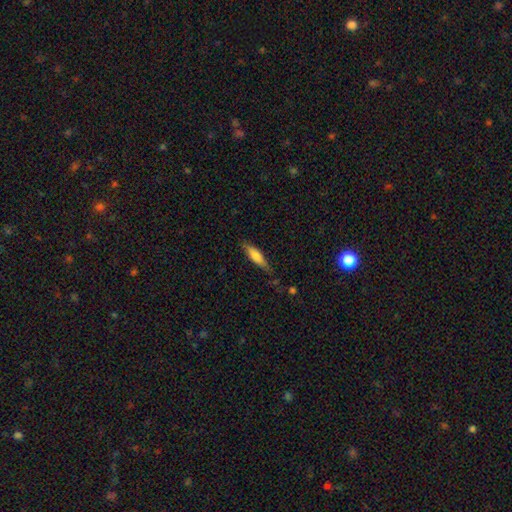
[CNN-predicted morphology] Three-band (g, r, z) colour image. It shows a smooth galaxy with no disk features (75%) that is cigar-shaped (63%). Merging: none (75%).